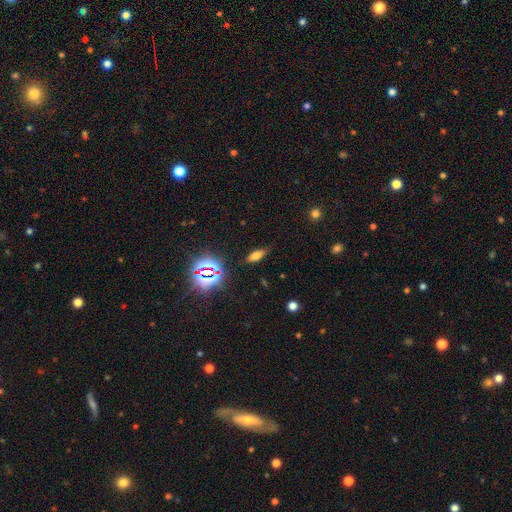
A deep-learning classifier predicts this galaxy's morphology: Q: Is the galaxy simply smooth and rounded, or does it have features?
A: smooth — 64%.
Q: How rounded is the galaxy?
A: in between — 71%.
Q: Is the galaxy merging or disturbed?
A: none — 81%.